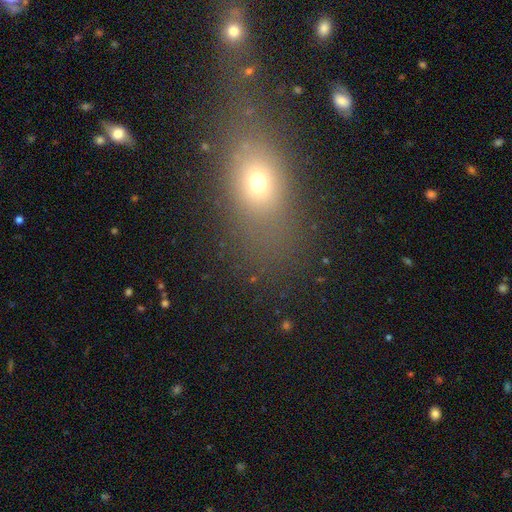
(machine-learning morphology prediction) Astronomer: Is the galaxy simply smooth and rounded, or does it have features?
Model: smooth — 57%.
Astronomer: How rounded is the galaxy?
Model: in between — 59%.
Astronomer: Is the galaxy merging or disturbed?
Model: none — 61%.